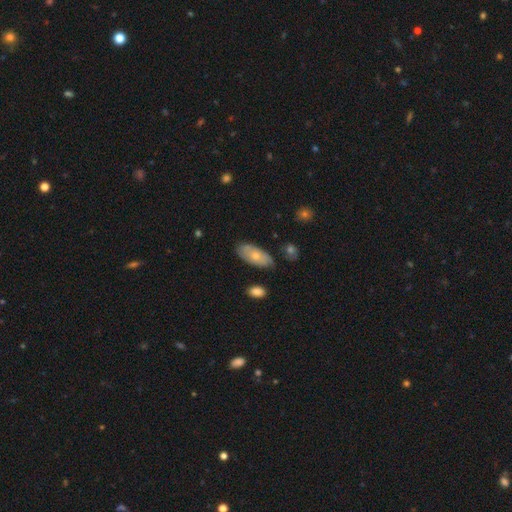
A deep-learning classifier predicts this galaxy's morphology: A smooth galaxy with no disk features (62%) that is in between round and cigar-shaped (91%). Merging: none (70%).